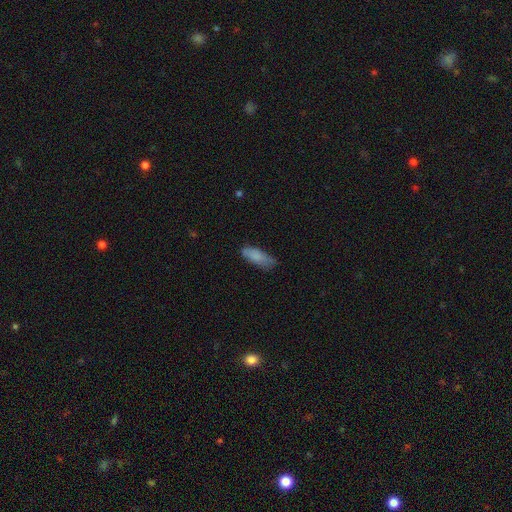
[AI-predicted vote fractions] Smooth or featured: smooth — 82% (featured or disk — 12%)
How rounded: in between — 68% (cigar-shaped — 30%)
Merging: none — 60% (minor disturbance — 31%)